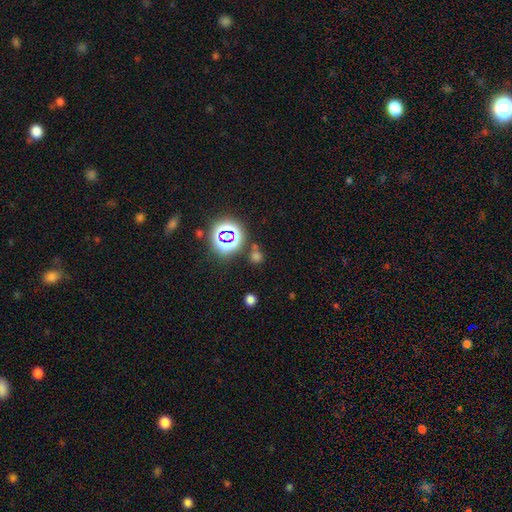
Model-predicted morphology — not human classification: Smooth or featured?
  - smooth: 57% *
  - star or artifact: 37%
  - featured or disk: 6%
How rounded?
  - round: 86% *
  - in between: 13%
  - cigar-shaped: 1%
Merging?
  - none: 73% *
  - merger: 13%
  - minor disturbance: 10%
  - major disturbance: 4%